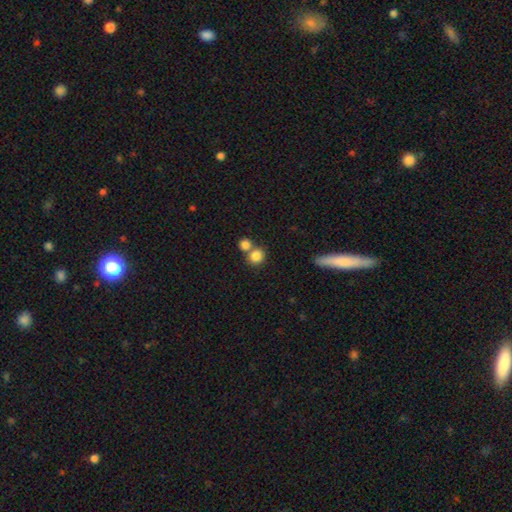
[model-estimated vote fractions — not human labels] A smooth galaxy with no disk features (83%) that is round (83%).

Vote fractions:
- Smooth or featured? smooth: 83% / star or artifact: 10% / featured or disk: 7%
- How rounded? round: 83% / in between: 16% / cigar-shaped: 1%
- Merging? none: 50% / merger: 41% / minor disturbance: 7% / major disturbance: 3%